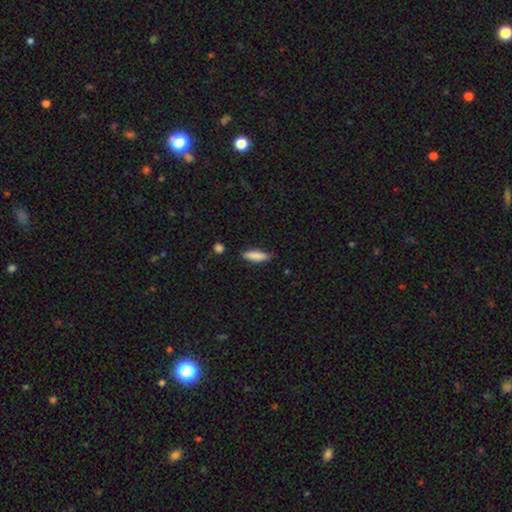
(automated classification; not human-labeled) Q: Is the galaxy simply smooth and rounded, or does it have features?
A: smooth — 84%.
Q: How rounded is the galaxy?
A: cigar-shaped — 56%.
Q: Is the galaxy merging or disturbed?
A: none — 81%.